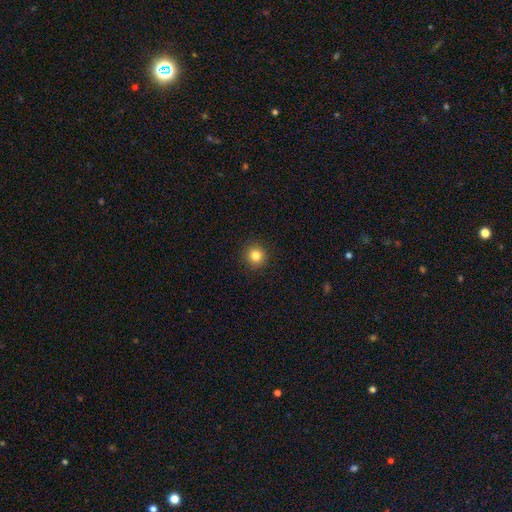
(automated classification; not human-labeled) Smooth or featured? smooth (82%)
How rounded? round (94%)
Merging? none (92%)